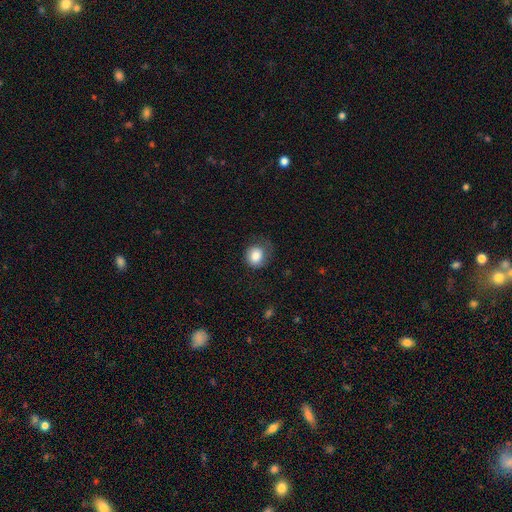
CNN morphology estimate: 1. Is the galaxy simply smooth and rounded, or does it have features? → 82% smooth, 10% featured or disk, 8% star or artifact.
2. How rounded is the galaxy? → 78% round, 21% in between, 1% cigar-shaped.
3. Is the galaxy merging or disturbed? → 57% none, 25% minor disturbance, 17% major disturbance, 1% merger.